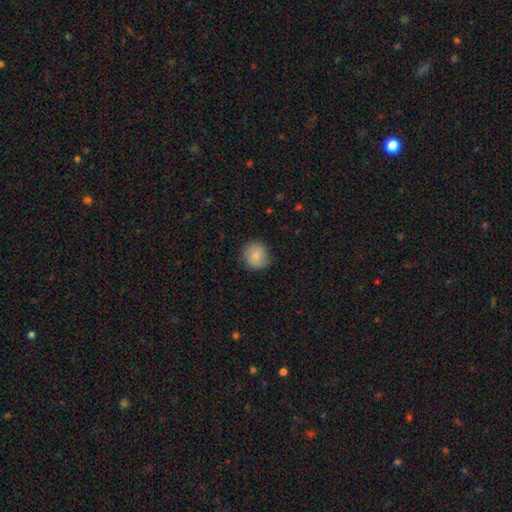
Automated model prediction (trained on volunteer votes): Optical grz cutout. It shows a smooth galaxy with no disk features (79%) that is round (88%). Merging: none (81%).